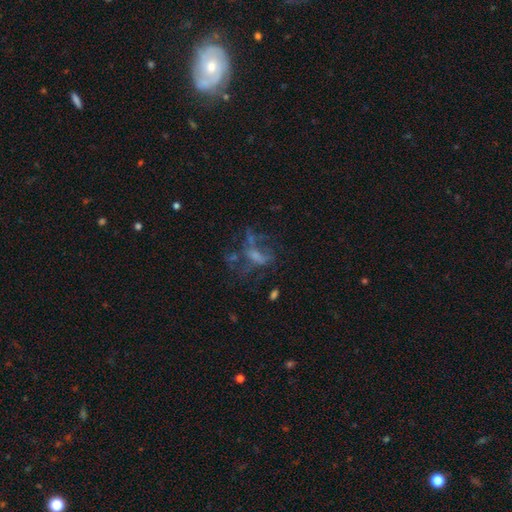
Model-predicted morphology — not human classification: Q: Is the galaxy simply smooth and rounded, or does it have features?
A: featured or disk — 51%.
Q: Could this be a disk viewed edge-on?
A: no — 94%.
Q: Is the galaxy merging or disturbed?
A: none — 39%.